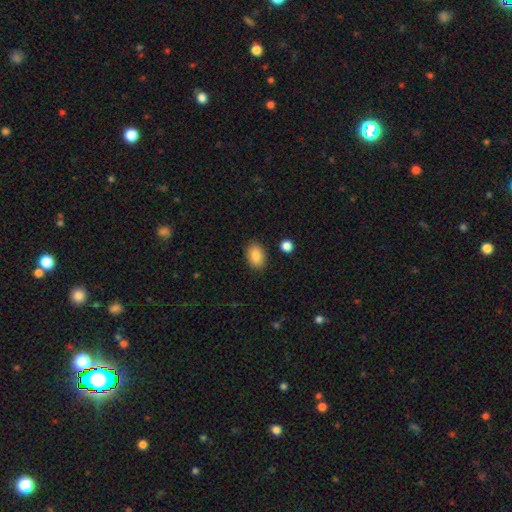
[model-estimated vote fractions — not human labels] Smooth or featured? Predicted: smooth (p=0.86). How rounded? Predicted: in between (p=0.83). Merging? Predicted: none (p=0.87).